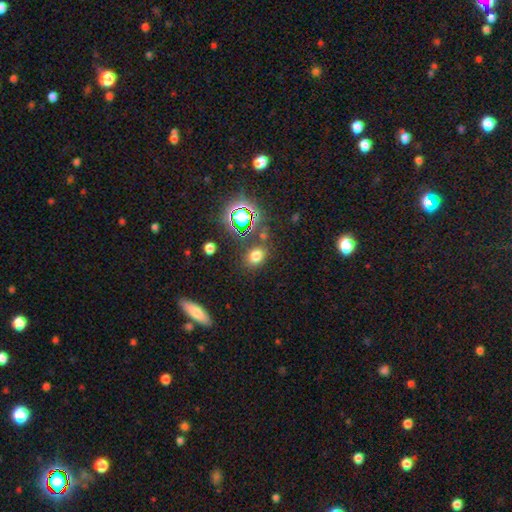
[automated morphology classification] Smooth or featured?
  - smooth: 69% *
  - star or artifact: 24%
  - featured or disk: 7%
How rounded?
  - in between: 60% *
  - round: 39%
  - cigar-shaped: 2%
Merging?
  - none: 77% *
  - minor disturbance: 12%
  - merger: 6%
  - major disturbance: 5%